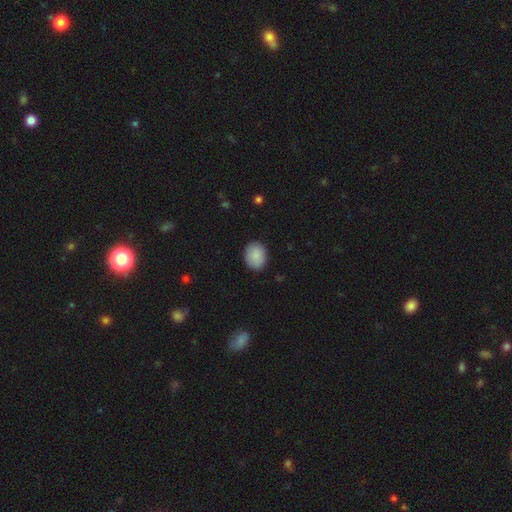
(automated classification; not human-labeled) smooth_or_featured: smooth (p=0.88) [alt: star or artifact p=0.07]
how_rounded: round (p=0.52) [alt: in between p=0.47]
merging: none (p=0.88) [alt: minor disturbance p=0.09]